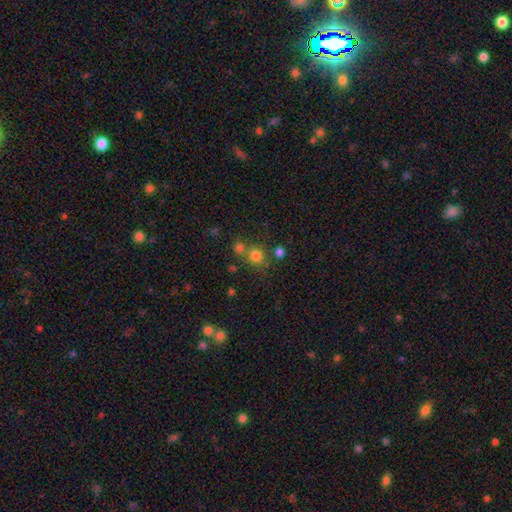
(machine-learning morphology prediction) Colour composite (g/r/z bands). It shows a smooth galaxy with no disk features (76%) that is round (86%). Merging: none (62%).